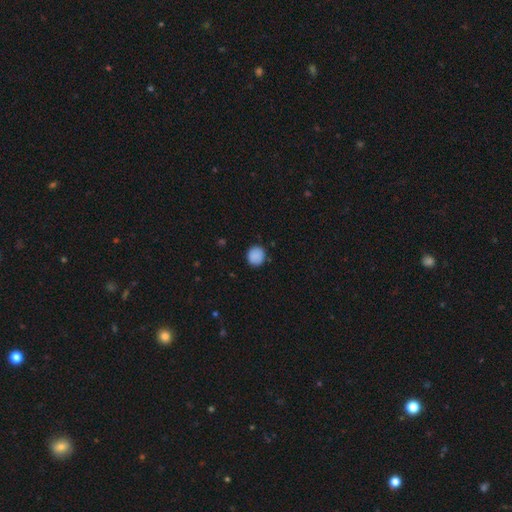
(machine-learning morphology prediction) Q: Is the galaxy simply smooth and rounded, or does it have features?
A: smooth — 88%.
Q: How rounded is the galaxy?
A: round — 86%.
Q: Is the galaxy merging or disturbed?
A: none — 86%.